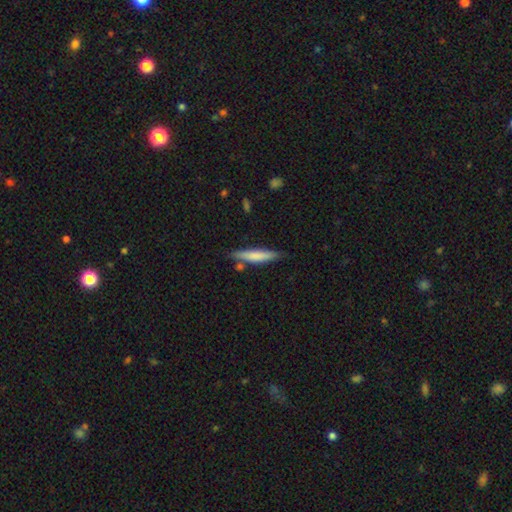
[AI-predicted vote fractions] Smooth or featured?
  - smooth: 68% *
  - featured or disk: 27%
  - star or artifact: 6%
How rounded?
  - cigar-shaped: 89% *
  - in between: 10%
  - round: 1%
Merging?
  - none: 77% *
  - minor disturbance: 14%
  - merger: 5%
  - major disturbance: 3%